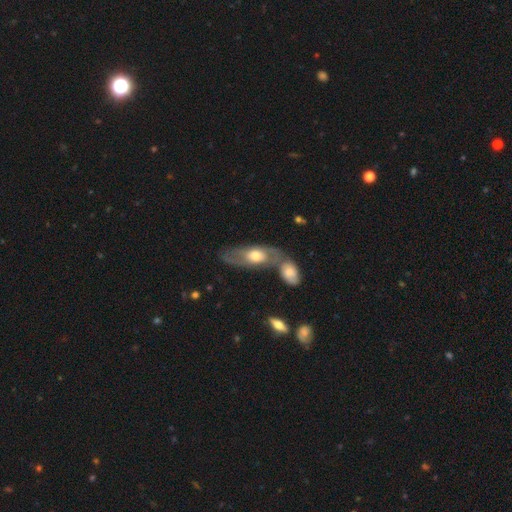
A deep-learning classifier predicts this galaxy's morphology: Smooth or featured? featured or disk (51%)
Edge-on disk? no (78%)
Merging? merger (43%)